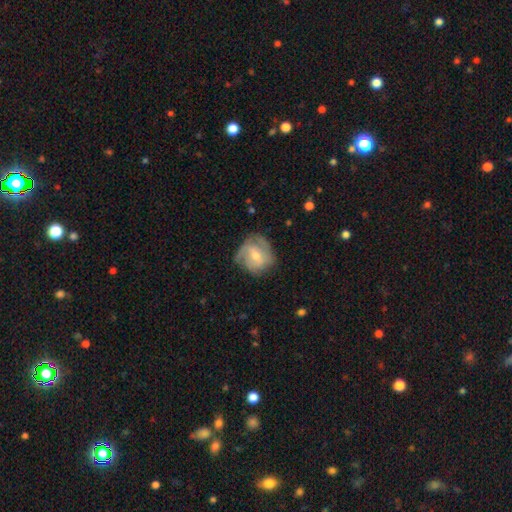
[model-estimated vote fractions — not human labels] smooth-or-featured: featured or disk: 68% | smooth: 25% | star or artifact: 7%
  disk-edge-on: no: 97% | yes: 3%
    bar: weak: 44% | no: 43% | strong: 13%
    has-spiral-arms: yes: 88% | no: 12%
      spiral-winding: tight: 44% | medium: 40% | loose: 16%
      spiral-arm-count: 2: 34% | 3: 28% | can't tell: 25% | 1: 5% | 4: 5% | more than 4: 3%
    bulge-size: moderate: 57% | small: 38% | large: 2% | none: 2% | dominant: 1%
  merging: none: 66% | minor disturbance: 24% | major disturbance: 9% | merger: 1%